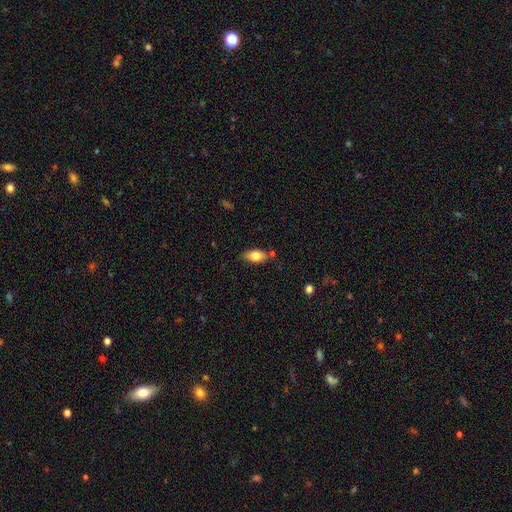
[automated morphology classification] Smooth or featured?
  - smooth: 75% *
  - featured or disk: 17%
  - star or artifact: 7%
How rounded?
  - in between: 87% *
  - cigar-shaped: 8%
  - round: 5%
Merging?
  - none: 72% *
  - minor disturbance: 18%
  - merger: 6%
  - major disturbance: 4%